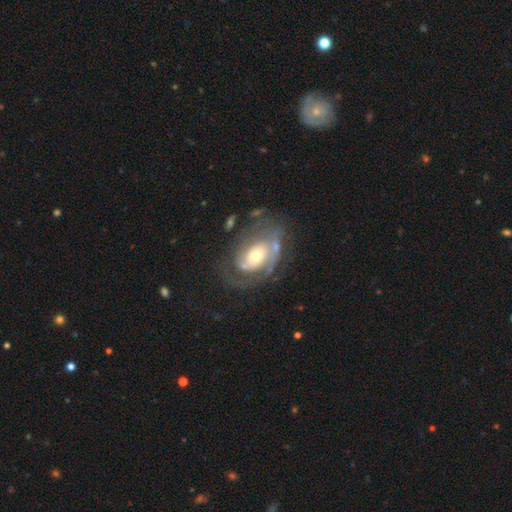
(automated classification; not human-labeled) smooth_or_featured: featured or disk (p=0.80) [alt: smooth p=0.15]
disk_edge_on: no (p=0.96) [alt: yes p=0.04]
bar: no (p=0.69) [alt: weak p=0.23]
has_spiral_arms: yes (p=0.83) [alt: no p=0.17]
spiral_winding: tight (p=0.55) [alt: medium p=0.32]
spiral_arm_count: 2 (p=0.39) [alt: can't tell p=0.29]
bulge_size: moderate (p=0.56) [alt: small p=0.34]
merging: none (p=0.57) [alt: minor disturbance p=0.20]